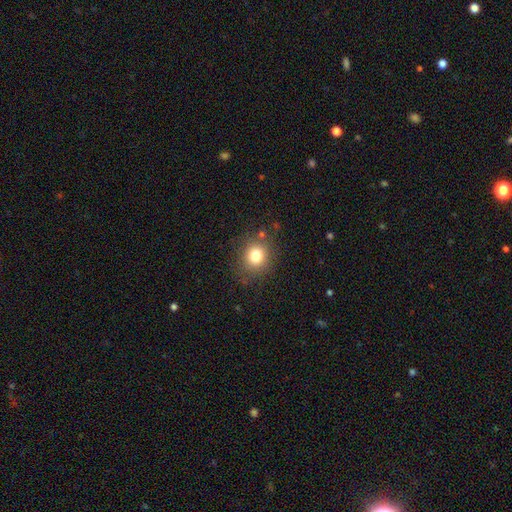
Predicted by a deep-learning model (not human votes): Smooth or featured: smooth — 78% (star or artifact — 13%)
How rounded: round — 80% (in between — 19%)
Merging: none — 83% (minor disturbance — 11%)